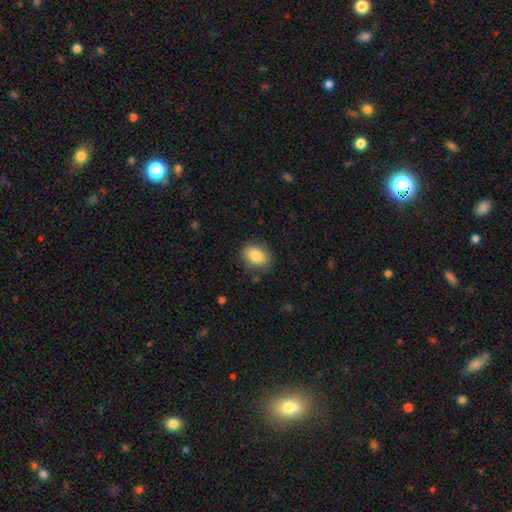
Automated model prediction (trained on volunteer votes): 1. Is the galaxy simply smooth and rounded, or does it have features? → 85% smooth, 7% star or artifact, 7% featured or disk.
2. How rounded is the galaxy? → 76% in between, 23% round, 1% cigar-shaped.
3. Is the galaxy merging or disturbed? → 80% none, 15% minor disturbance, 4% major disturbance, 1% merger.